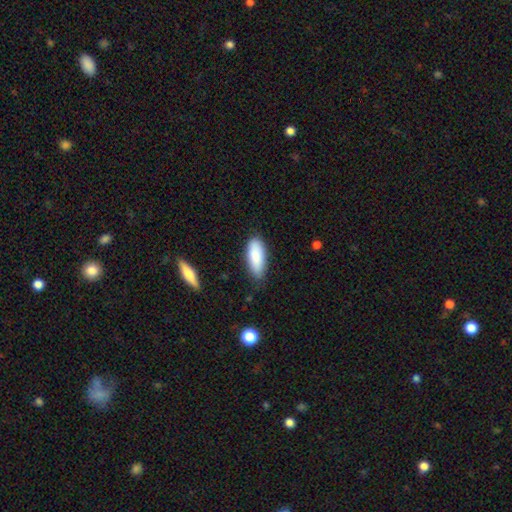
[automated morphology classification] Smooth or featured?
  - smooth: 87% *
  - featured or disk: 7%
  - star or artifact: 6%
How rounded?
  - in between: 78% *
  - cigar-shaped: 20%
  - round: 2%
Merging?
  - none: 77% *
  - minor disturbance: 18%
  - major disturbance: 3%
  - merger: 2%